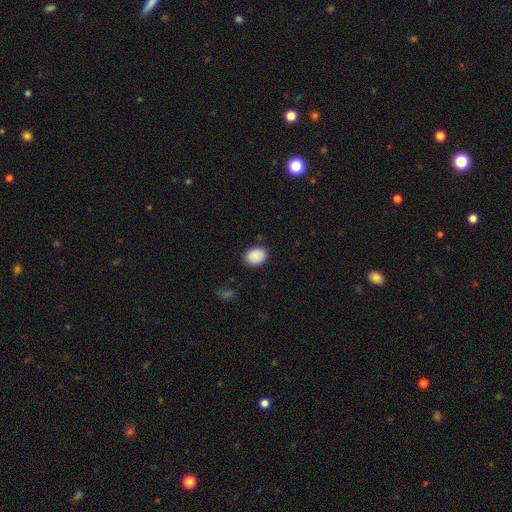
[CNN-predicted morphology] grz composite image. It shows a smooth galaxy with no disk features (90%) that is in between round and cigar-shaped (62%). Merging: none (86%).